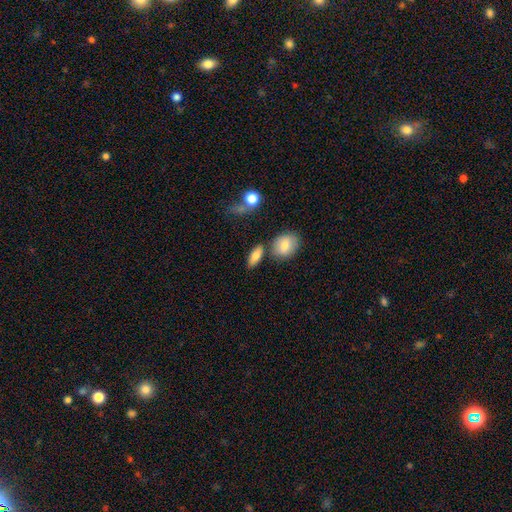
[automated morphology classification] A smooth galaxy with no disk features (79%) that is in between round and cigar-shaped (73%).

Vote fractions:
- Smooth or featured? smooth: 79% / featured or disk: 14% / star or artifact: 7%
- How rounded? in between: 73% / cigar-shaped: 20% / round: 7%
- Merging? none: 72% / merger: 13% / minor disturbance: 12% / major disturbance: 4%